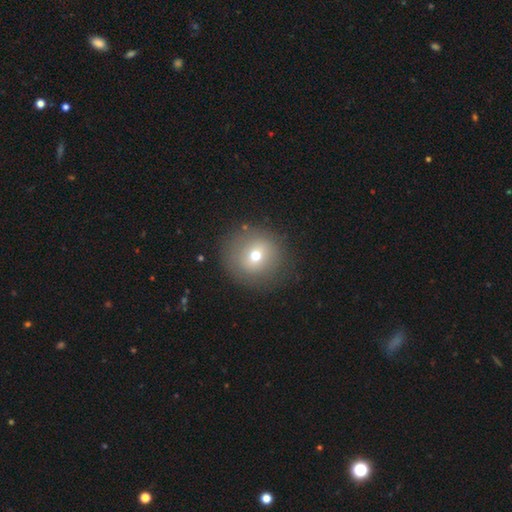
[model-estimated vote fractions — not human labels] Smooth or featured: smooth — 68% (featured or disk — 19%)
How rounded: round — 93% (in between — 6%)
Merging: none — 85% (minor disturbance — 9%)